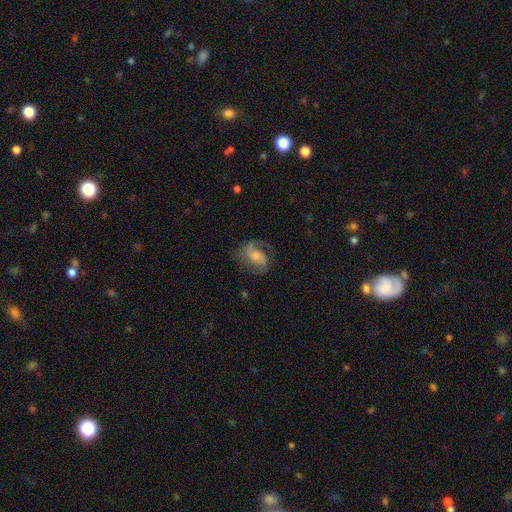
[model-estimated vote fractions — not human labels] smooth_or_featured: featured or disk (p=0.75) [alt: smooth p=0.17]
disk_edge_on: no (p=0.97) [alt: yes p=0.03]
bar: no (p=0.50) [alt: weak p=0.38]
has_spiral_arms: yes (p=0.93) [alt: no p=0.07]
spiral_winding: medium (p=0.50) [alt: loose p=0.25]
spiral_arm_count: 2 (p=0.72) [alt: 1 p=0.12]
bulge_size: moderate (p=0.46) [alt: small p=0.38]
merging: none (p=0.66) [alt: minor disturbance p=0.18]